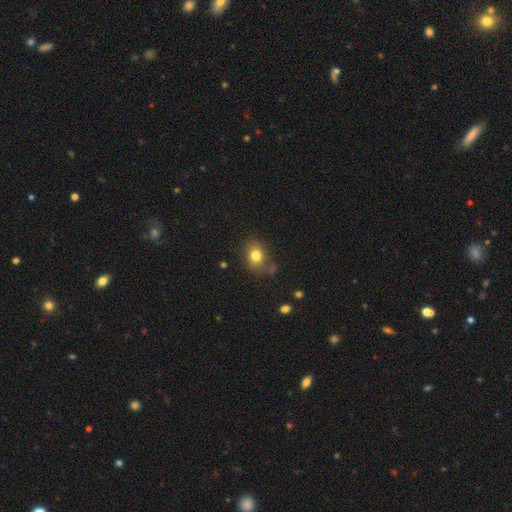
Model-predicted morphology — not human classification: Smooth or featured? Predicted: smooth (p=0.79). How rounded? Predicted: in between (p=0.52). Merging? Predicted: none (p=0.65).